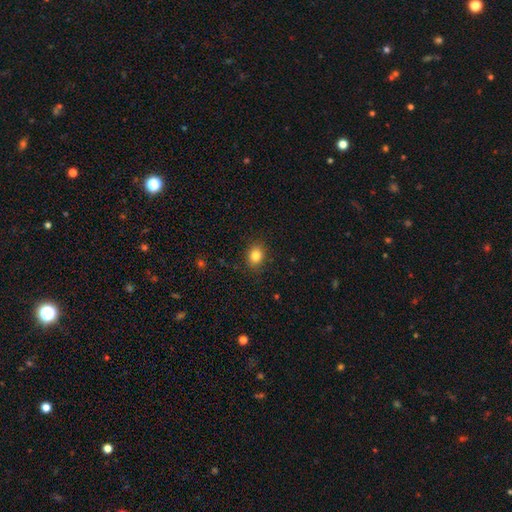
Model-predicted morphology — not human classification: Smooth or featured?
  - smooth: 84% *
  - star or artifact: 10%
  - featured or disk: 6%
How rounded?
  - round: 51% *
  - in between: 48%
  - cigar-shaped: 1%
Merging?
  - none: 88% *
  - minor disturbance: 9%
  - major disturbance: 2%
  - merger: 1%